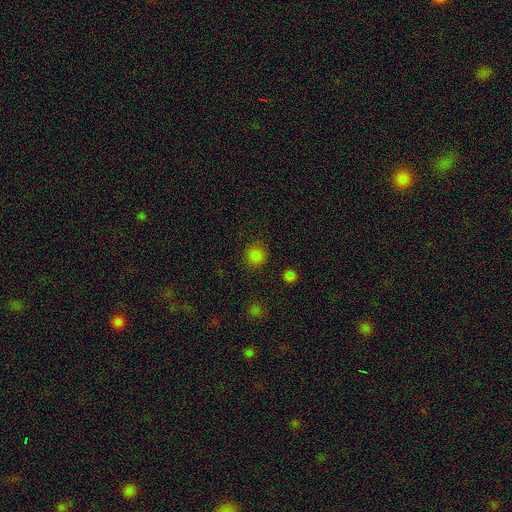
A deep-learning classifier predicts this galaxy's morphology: Smooth or featured? Predicted: smooth (p=0.82). How rounded? Predicted: round (p=0.93). Merging? Predicted: none (p=0.89).